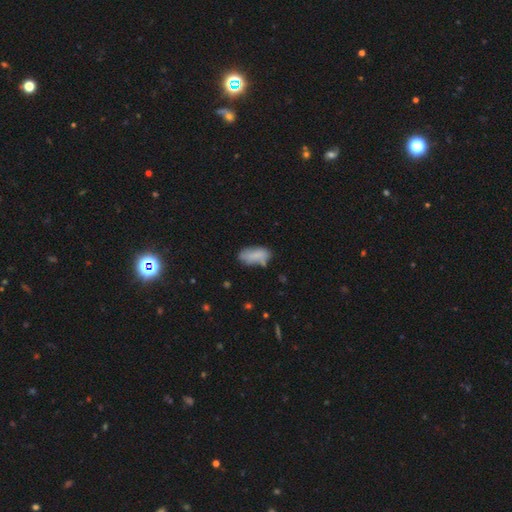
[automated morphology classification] smooth 79%, featured or disk 13%, star or artifact 8%. Down the decision tree: how rounded — in between (89%); merging — none (60%).